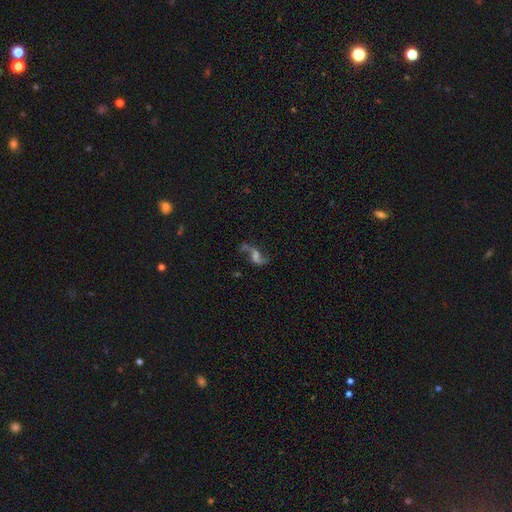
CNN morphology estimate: Smooth or featured? Predicted: featured or disk (p=0.73). Edge-on disk? Predicted: no (p=0.94). Bar? Predicted: no (p=0.44). Spiral arms? Predicted: yes (p=0.91). Spiral winding? Predicted: loose (p=0.87). Spiral arm count? Predicted: 2 (p=0.89). Bulge size? Predicted: small (p=0.30). Merging? Predicted: none (p=0.62).